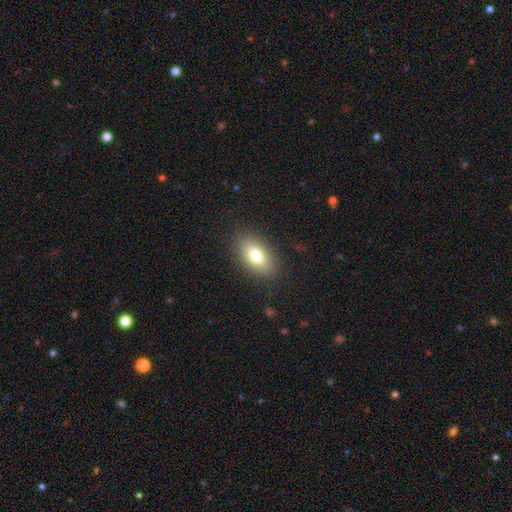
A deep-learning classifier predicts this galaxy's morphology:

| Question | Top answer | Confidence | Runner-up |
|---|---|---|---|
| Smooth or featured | smooth | 78% | featured or disk (14%) |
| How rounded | in between | 89% | cigar-shaped (6%) |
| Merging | none | 86% | minor disturbance (9%) |